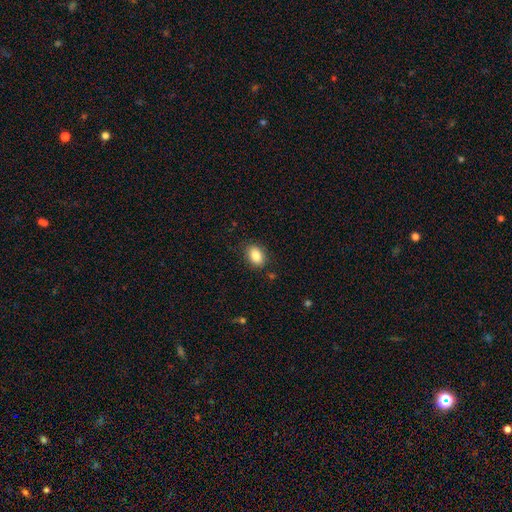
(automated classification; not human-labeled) Q: Smooth or featured?
A: smooth (86%); runner-up: star or artifact (8%)
Q: How rounded?
A: in between (82%); runner-up: round (17%)
Q: Merging?
A: none (87%); runner-up: minor disturbance (9%)